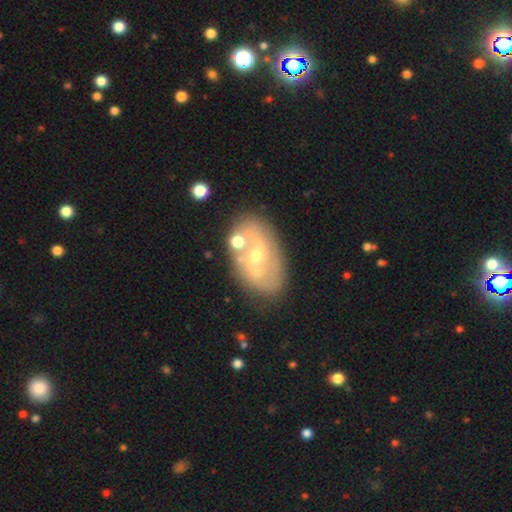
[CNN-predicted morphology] A featured or disk galaxy (72%) with no bar (44%), spiral arms (62%) and a moderate central bulge (52%).

Vote fractions:
- Smooth or featured? featured or disk: 72% / smooth: 20% / star or artifact: 8%
- Edge-on disk? no: 95% / yes: 5%
- Bar? no: 44% / weak: 38% / strong: 18%
- Spiral arms? yes: 62% / no: 38%
- Bulge size? moderate: 52% / small: 43% / large: 2% / none: 2% / dominant: 1%
- Merging? none: 68% / minor disturbance: 16% / merger: 10% / major disturbance: 6%